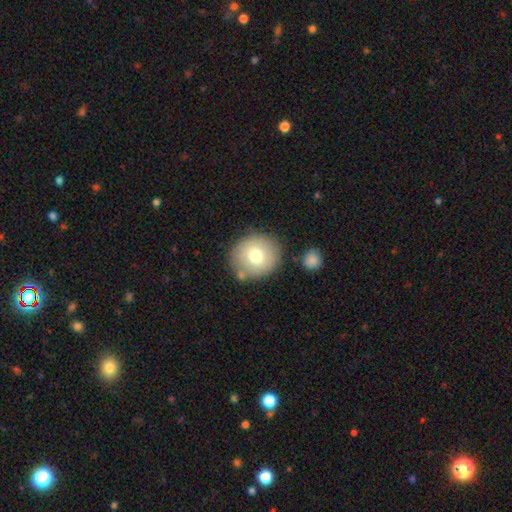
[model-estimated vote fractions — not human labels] smooth 73%, featured or disk 17%, star or artifact 9%. Down the decision tree: how rounded — round (87%); merging — none (77%).